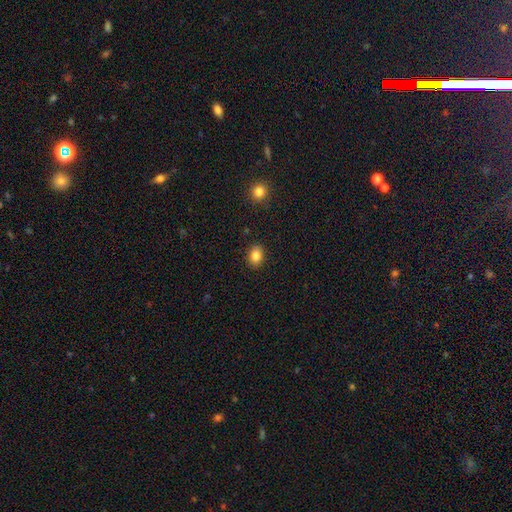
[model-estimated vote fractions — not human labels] Overall: smooth (84%). How rounded: in between (72%). Merging: none (89%).